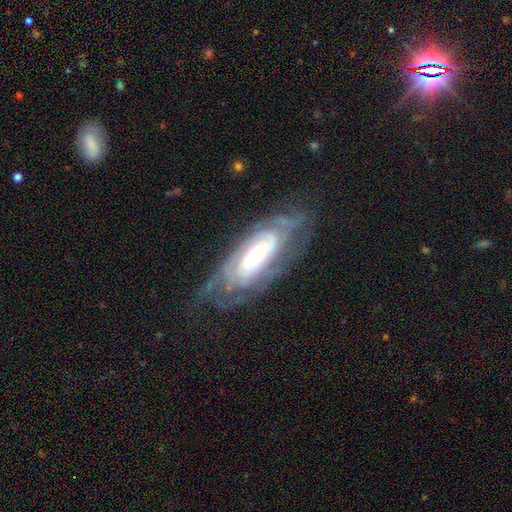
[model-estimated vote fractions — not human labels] Morphology: type=featured or disk (81%); edge-on=no (90%); bar=no (60%); spiral arms=yes (89%); winding=tight (67%); arm count=can't tell (49%); bulge=small (53%); merging=none (62%).